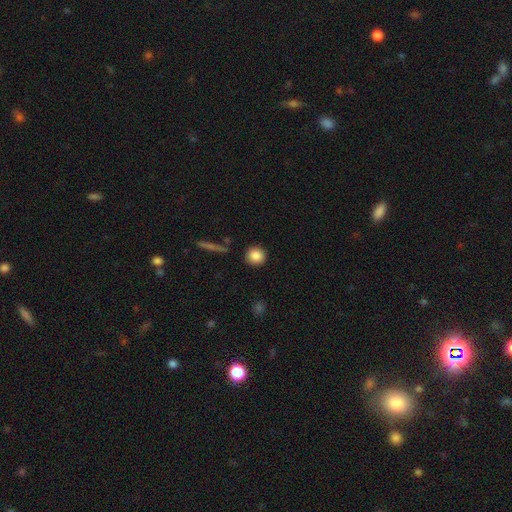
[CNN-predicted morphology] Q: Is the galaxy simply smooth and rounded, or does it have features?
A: smooth — 86%.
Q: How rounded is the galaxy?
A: round — 92%.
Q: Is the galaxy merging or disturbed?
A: none — 91%.